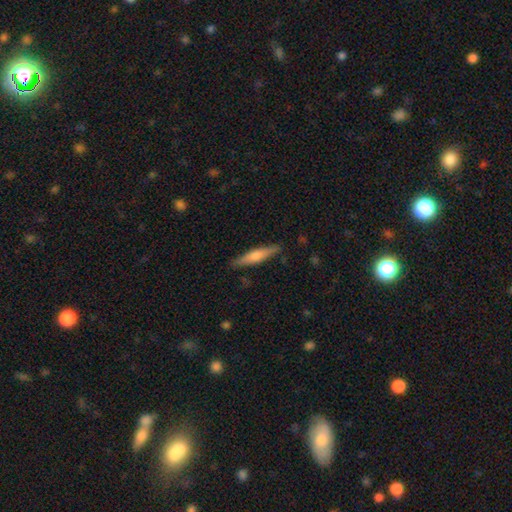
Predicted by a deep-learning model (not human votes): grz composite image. It shows a featured or disk galaxy (50%) viewed edge-on (96%). Merging: none (88%).